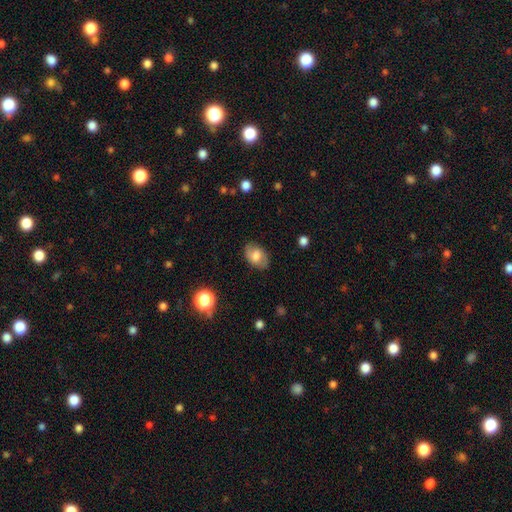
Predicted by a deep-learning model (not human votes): smooth_or_featured: smooth (p=0.61) [alt: featured or disk p=0.30]
how_rounded: in between (p=0.81) [alt: round p=0.18]
merging: none (p=0.80) [alt: minor disturbance p=0.15]